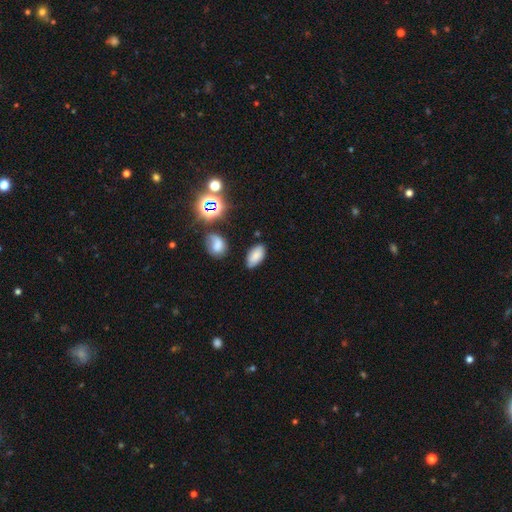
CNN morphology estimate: smooth 76%, star or artifact 13%, featured or disk 11%. Down the decision tree: how rounded — in between (93%); merging — none (78%).